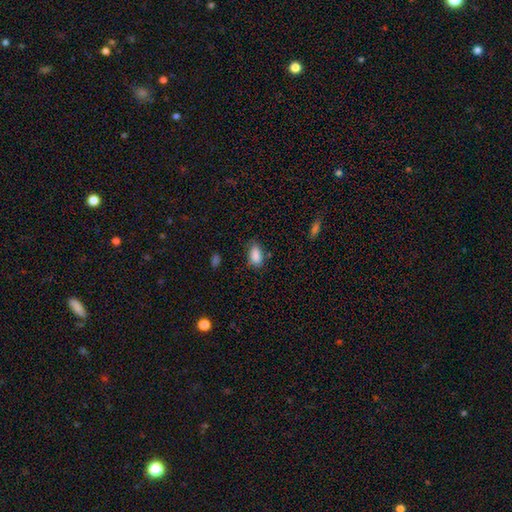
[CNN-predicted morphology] smooth_or_featured: smooth (p=0.88) [alt: star or artifact p=0.08]
how_rounded: in between (p=0.91) [alt: round p=0.06]
merging: none (p=0.72) [alt: minor disturbance p=0.21]